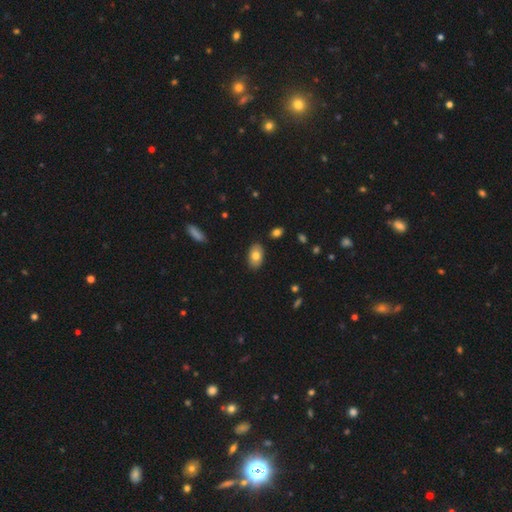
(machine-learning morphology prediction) Smooth or featured?
  - smooth: 78% *
  - featured or disk: 14%
  - star or artifact: 7%
How rounded?
  - in between: 92% *
  - round: 6%
  - cigar-shaped: 1%
Merging?
  - none: 87% *
  - minor disturbance: 10%
  - major disturbance: 2%
  - merger: 1%